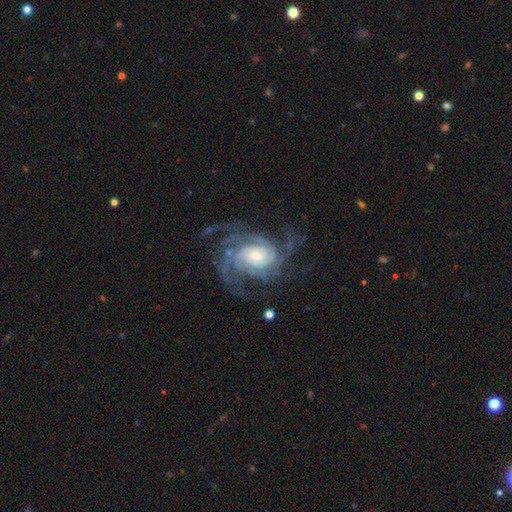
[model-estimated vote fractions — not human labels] The model was most divided on "bulge size": small: 41%, moderate: 39%, large: 14%, none: 4%, dominant: 2%. Remaining: spiral arms — yes (98%); edge-on disk — no (98%); smooth or featured — featured or disk (90%); merging — none (70%); bar — no (65%); spiral winding — tight (58%); spiral arm count — 4 (30%).